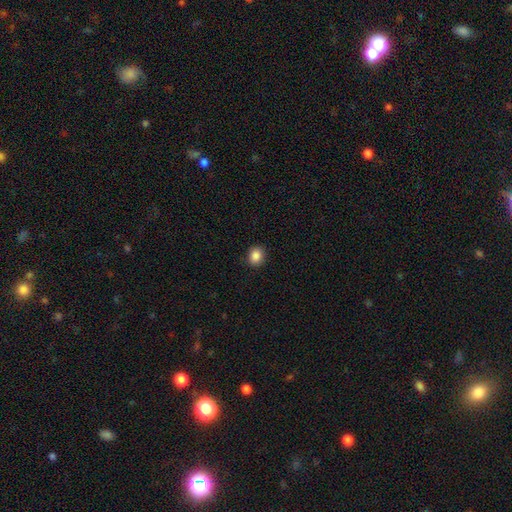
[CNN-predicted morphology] Overall: smooth (87%). How rounded: round (66%; in between 33%). Merging: none (90%).